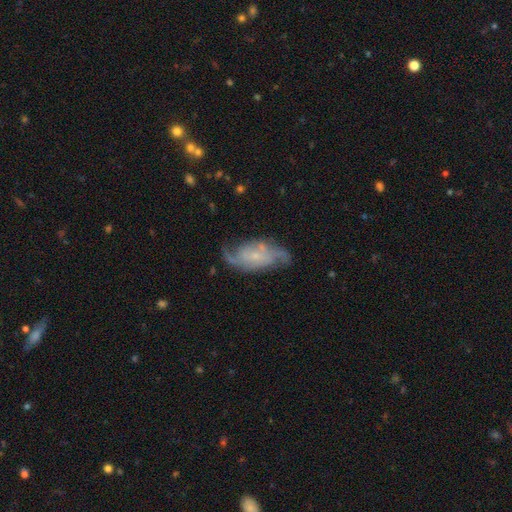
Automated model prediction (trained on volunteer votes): Smooth or featured? featured or disk (79%)
Edge-on disk? no (95%)
Bar? no (61%)
Spiral arms? yes (93%)
Spiral winding? medium (42%)
Spiral arm count? 2 (69%)
Bulge size? small (71%)
Merging? none (63%)